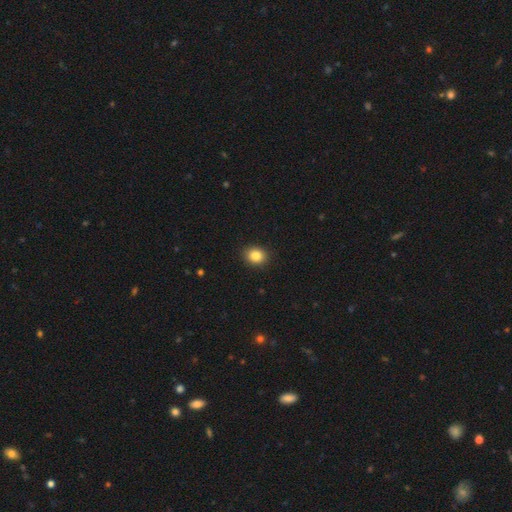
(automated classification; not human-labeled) Smooth or featured: smooth — 85% (star or artifact — 10%)
How rounded: round — 57% (in between — 42%)
Merging: none — 90% (minor disturbance — 7%)